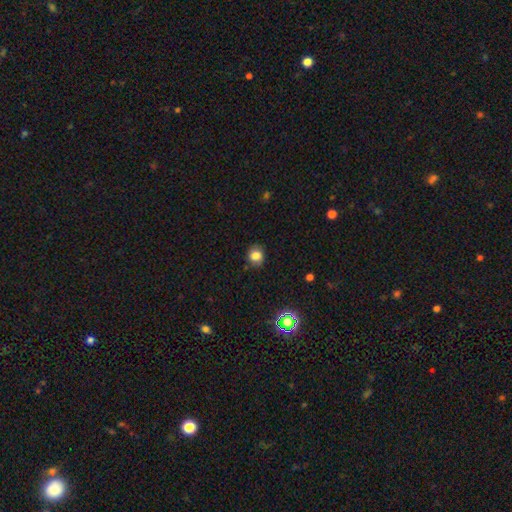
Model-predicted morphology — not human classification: Smooth or featured: smooth — 80% (star or artifact — 12%)
How rounded: round — 72% (in between — 27%)
Merging: none — 82% (minor disturbance — 14%)